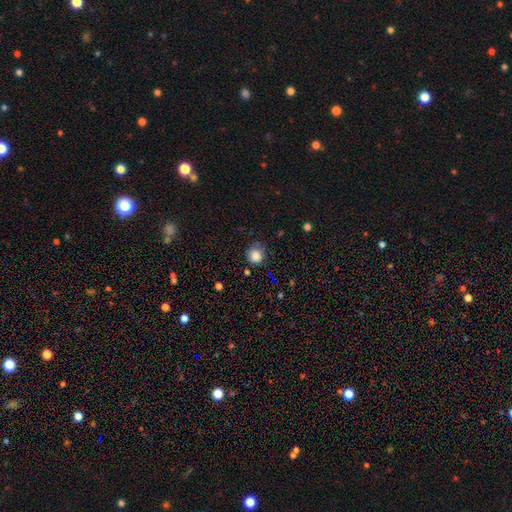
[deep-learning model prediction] This is clearly a smooth galaxy (84%). How rounded: clearly round (88%). Merging: likely none (69%).